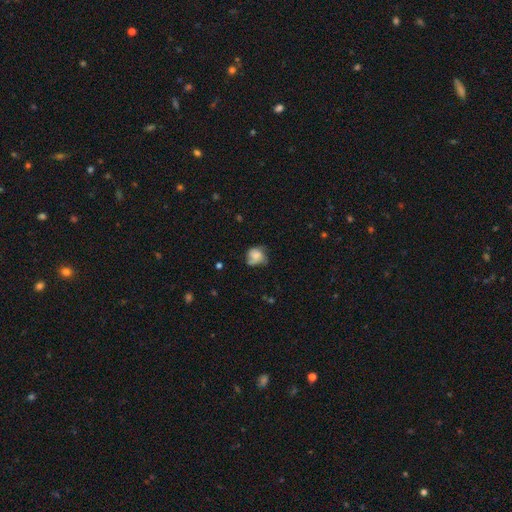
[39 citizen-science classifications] smooth 54%, featured or disk 36%, star or artifact 10%. Down the decision tree: how rounded — round (67%); merging — none (51%).